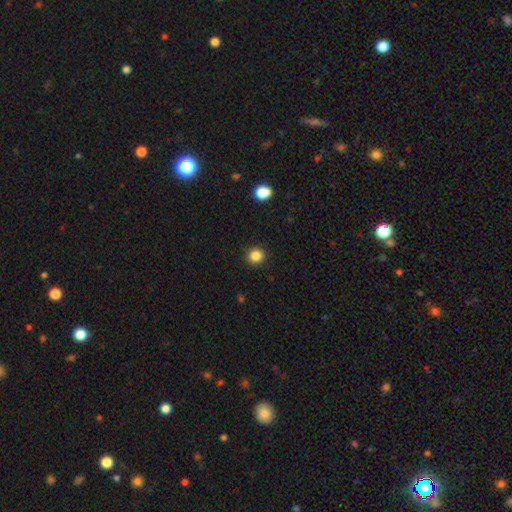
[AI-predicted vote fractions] A smooth galaxy with no disk features (85%) that is round (92%).

Vote fractions:
- Smooth or featured? smooth: 85% / star or artifact: 11% / featured or disk: 4%
- How rounded? round: 92% / in between: 7% / cigar-shaped: 1%
- Merging? none: 92% / minor disturbance: 5% / major disturbance: 2% / merger: 1%